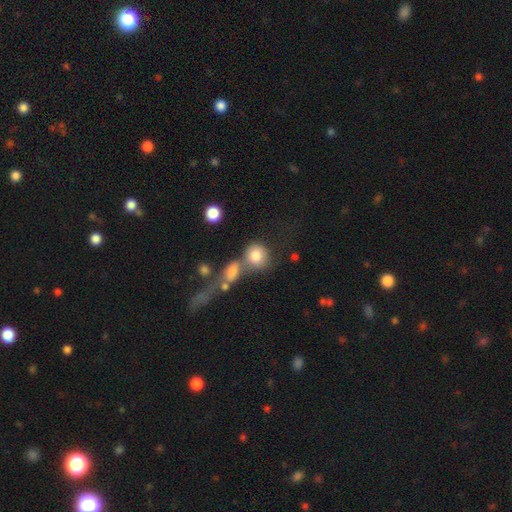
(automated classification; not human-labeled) A smooth galaxy with no disk features (80%) that is round (79%).

Vote fractions:
- Smooth or featured? smooth: 80% / featured or disk: 11% / star or artifact: 9%
- How rounded? round: 79% / in between: 19% / cigar-shaped: 2%
- Merging? merger: 43% / none: 37% / minor disturbance: 11% / major disturbance: 10%